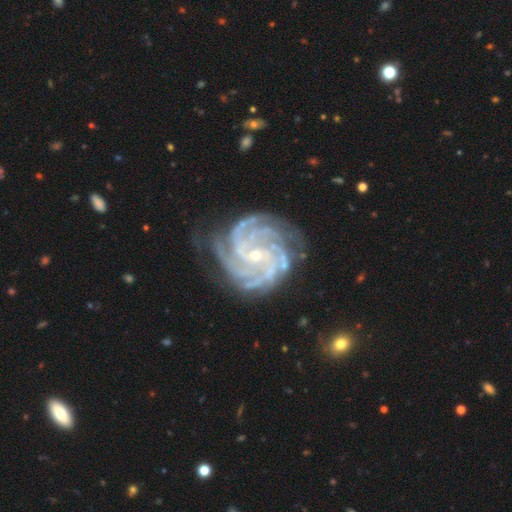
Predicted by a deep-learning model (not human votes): Q: Smooth or featured?
A: featured or disk (92%); runner-up: star or artifact (5%)
Q: Edge-on disk?
A: no (98%); runner-up: yes (2%)
Q: Bar?
A: no (55%); runner-up: weak (32%)
Q: Spiral arms?
A: yes (99%); runner-up: no (1%)
Q: Spiral winding?
A: tight (74%); runner-up: medium (23%)
Q: Spiral arm count?
A: 4 (36%); runner-up: more than 4 (29%)
Q: Bulge size?
A: small (77%); runner-up: moderate (19%)
Q: Merging?
A: none (77%); runner-up: minor disturbance (16%)